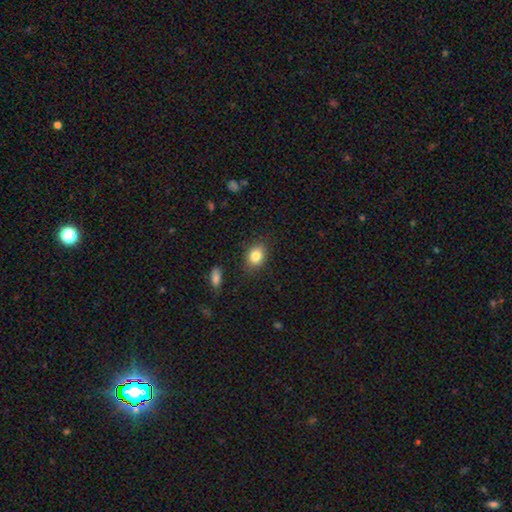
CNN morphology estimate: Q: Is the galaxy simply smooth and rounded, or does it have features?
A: smooth — 84%.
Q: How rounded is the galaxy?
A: in between — 63%.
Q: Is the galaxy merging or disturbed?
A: none — 85%.